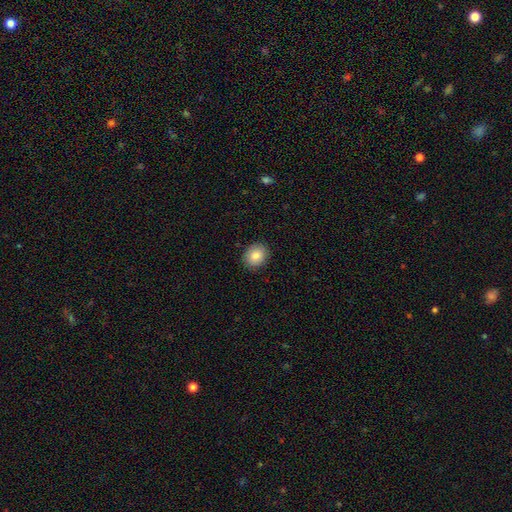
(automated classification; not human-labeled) smooth 84%, star or artifact 8%, featured or disk 8%. Down the decision tree: how rounded — round (68%); merging — none (89%).